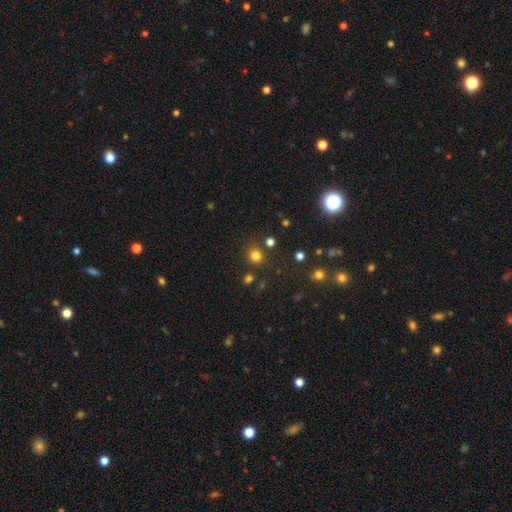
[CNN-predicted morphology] Smooth or featured? smooth (79%)
How rounded? round (86%)
Merging? none (82%)